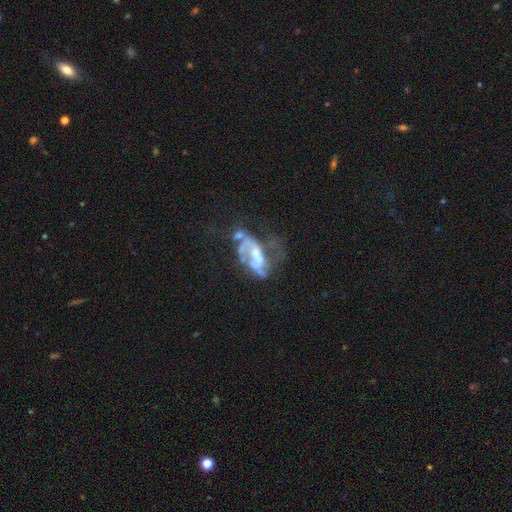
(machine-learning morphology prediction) featured or disk 65%, smooth 23%, star or artifact 12%. Down the decision tree: edge-on disk — no (95%); bar — no (64%); spiral arms — no (67%); bulge size — moderate (37%); merging — major disturbance (38%).